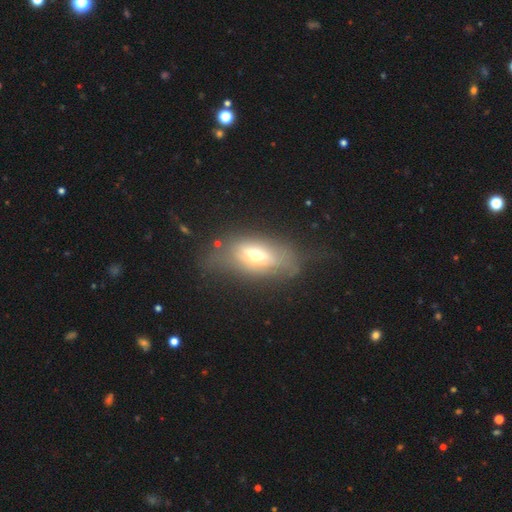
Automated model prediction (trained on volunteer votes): A featured or disk galaxy (48%). Merging: none (49%).